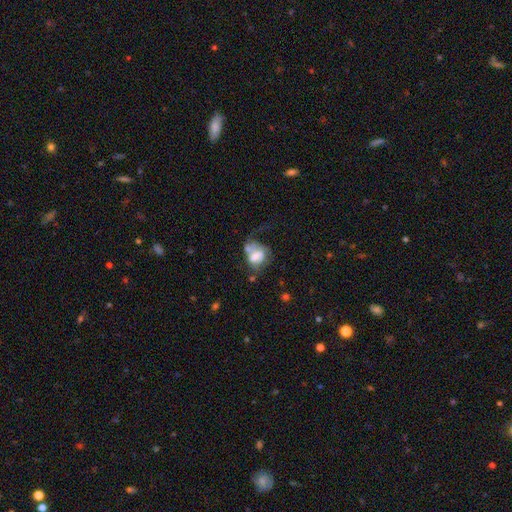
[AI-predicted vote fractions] A featured or disk galaxy (47%). Merging: major disturbance (38%).